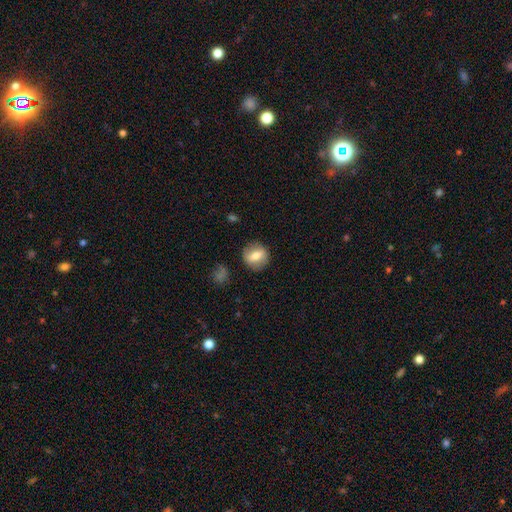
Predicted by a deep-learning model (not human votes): smooth_or_featured: smooth (p=0.61) [alt: featured or disk p=0.31]
how_rounded: round (p=0.73) [alt: in between p=0.25]
merging: none (p=0.84) [alt: minor disturbance p=0.11]